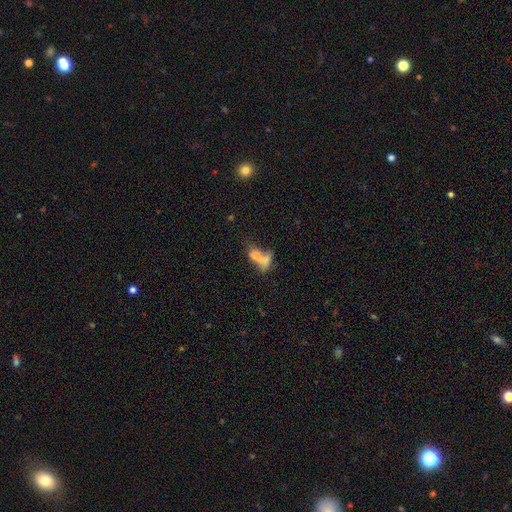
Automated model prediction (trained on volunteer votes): Overall: smooth (49%; featured or disk 34%). Merging: merger (54%; none 22%).